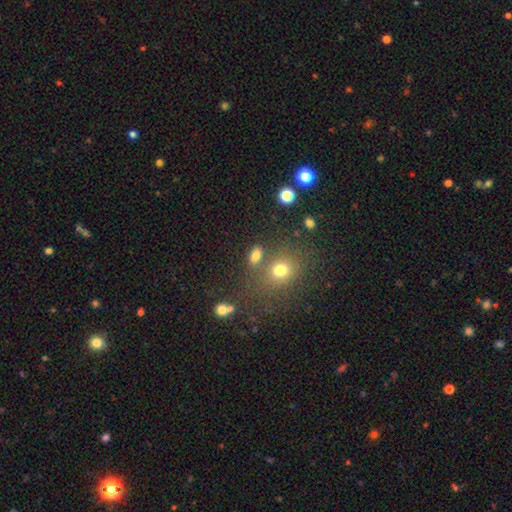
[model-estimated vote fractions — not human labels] The model was most divided on "merging": none: 65%, merger: 17%, minor disturbance: 12%, major disturbance: 6%. More confident: how rounded — in between (79%); smooth or featured — smooth (77%).